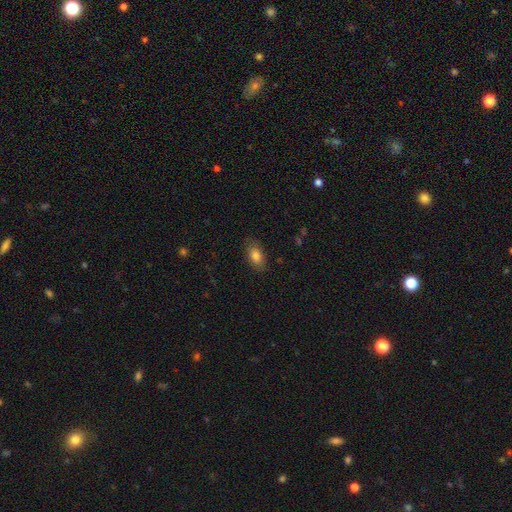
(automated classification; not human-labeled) smooth-or-featured: smooth: 81% | featured or disk: 11% | star or artifact: 8%
  how-rounded: in between: 90% | round: 6% | cigar-shaped: 4%
  merging: none: 82% | minor disturbance: 14% | major disturbance: 3% | merger: 1%